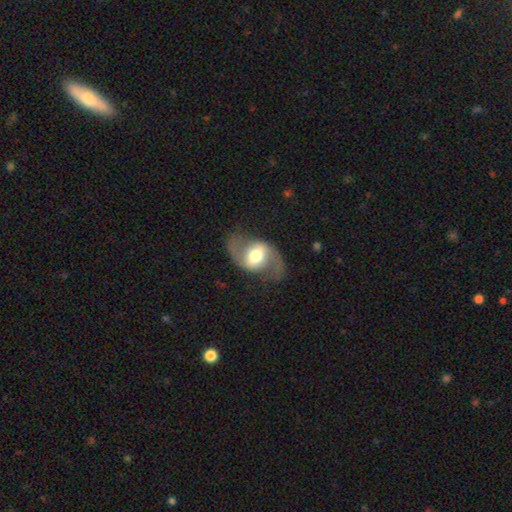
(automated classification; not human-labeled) Morphology: type=featured or disk (81%); edge-on=no (96%); bar=weak (41%); spiral arms=yes (89%); winding=loose (61%); arm count=2 (93%); bulge=moderate (59%); merging=none (74%).